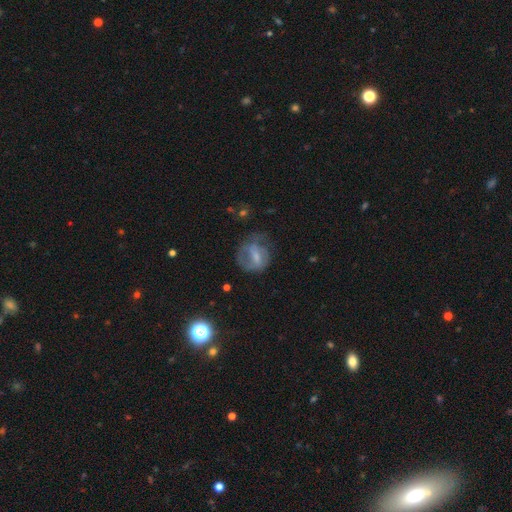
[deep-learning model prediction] smooth-or-featured: featured or disk: 50% | smooth: 41% | star or artifact: 9%
  disk-edge-on: no: 96% | yes: 4%
  merging: none: 46% | major disturbance: 26% | minor disturbance: 25% | merger: 2%